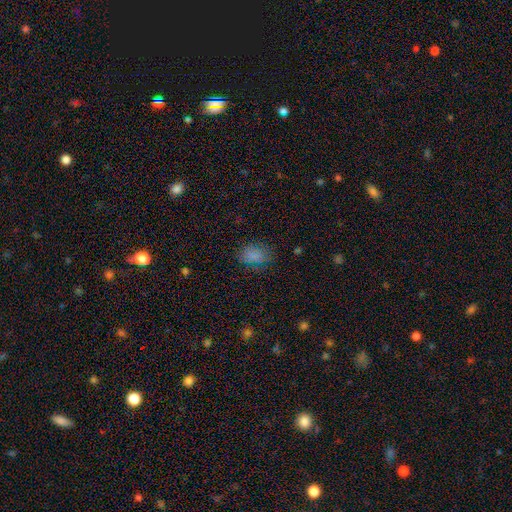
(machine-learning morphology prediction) smooth_or_featured: smooth (p=0.81) [alt: star or artifact p=0.12]
how_rounded: in between (p=0.77) [alt: round p=0.22]
merging: none (p=0.75) [alt: minor disturbance p=0.18]